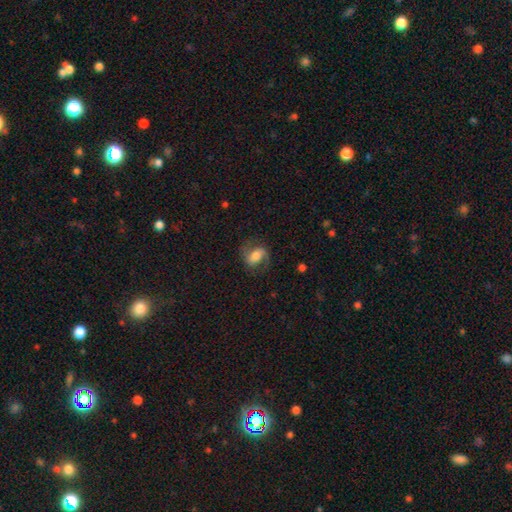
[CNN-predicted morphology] type=featured or disk (63%); edge-on=no (97%); bar=weak (39%); spiral arms=yes (91%); winding=medium (51%); arm count=2 (89%); bulge=moderate (46%); merging=none (71%).